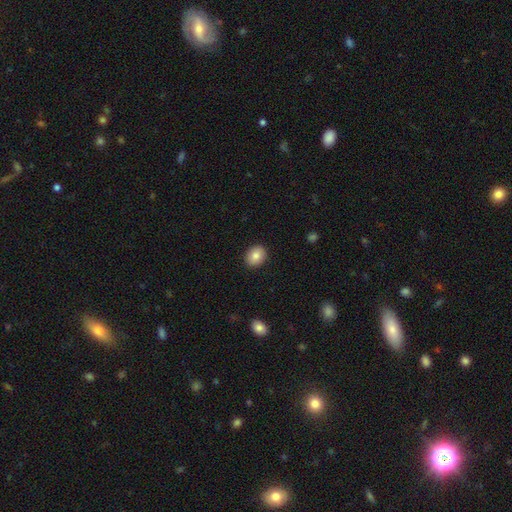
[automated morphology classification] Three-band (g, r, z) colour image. It shows a smooth galaxy with no disk features (85%) that is round (52%). Merging: none (90%).